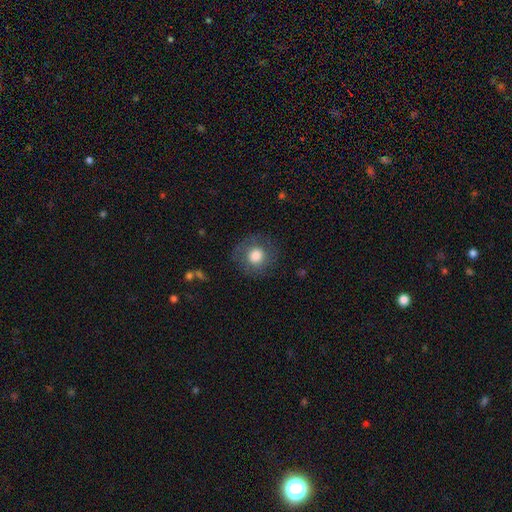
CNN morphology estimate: This is likely a smooth galaxy (77%). How rounded: clearly round (92%). Merging: clearly none (81%).